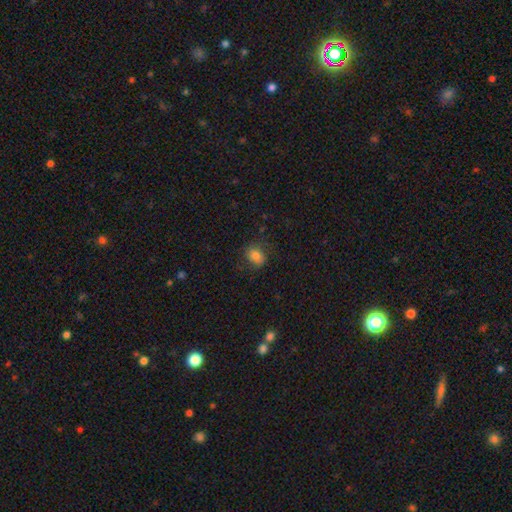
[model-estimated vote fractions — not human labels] Smooth or featured?
  - smooth: 79% *
  - star or artifact: 11%
  - featured or disk: 10%
How rounded?
  - in between: 60% *
  - round: 39%
  - cigar-shaped: 1%
Merging?
  - none: 75% *
  - minor disturbance: 17%
  - major disturbance: 6%
  - merger: 1%